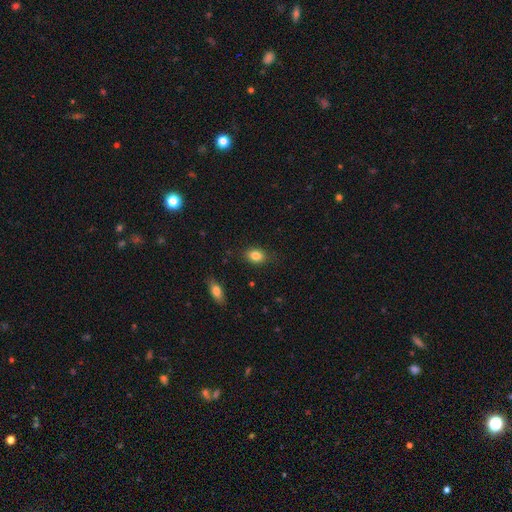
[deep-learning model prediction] Q: Smooth or featured?
A: smooth (84%); runner-up: star or artifact (9%)
Q: How rounded?
A: in between (72%); runner-up: round (26%)
Q: Merging?
A: none (84%); runner-up: minor disturbance (12%)